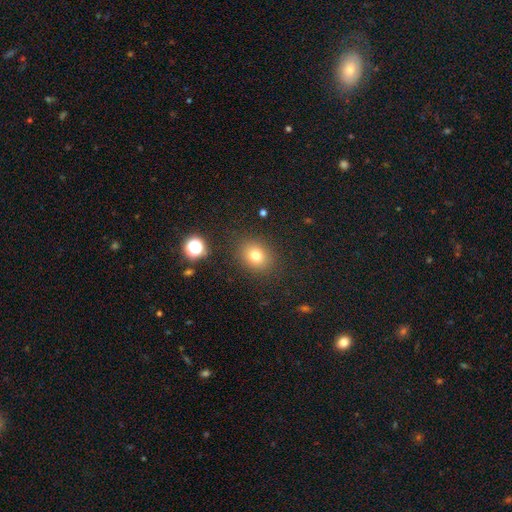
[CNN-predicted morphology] This appears to be a smooth galaxy with no disk features (77%) that is round (64%). Merging: none (86%).